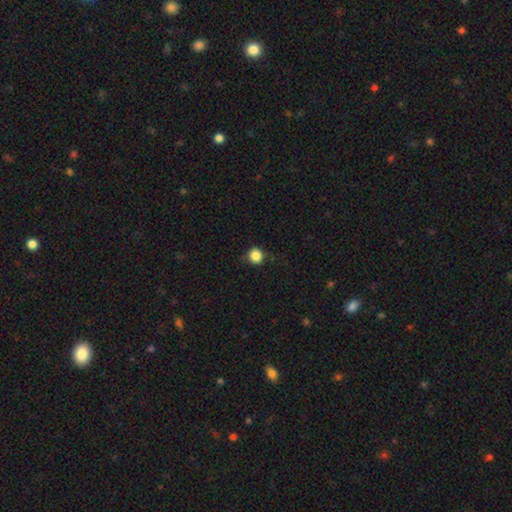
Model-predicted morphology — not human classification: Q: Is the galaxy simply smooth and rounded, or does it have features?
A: smooth — 86%.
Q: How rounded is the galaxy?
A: round — 91%.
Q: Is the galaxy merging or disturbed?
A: none — 82%.